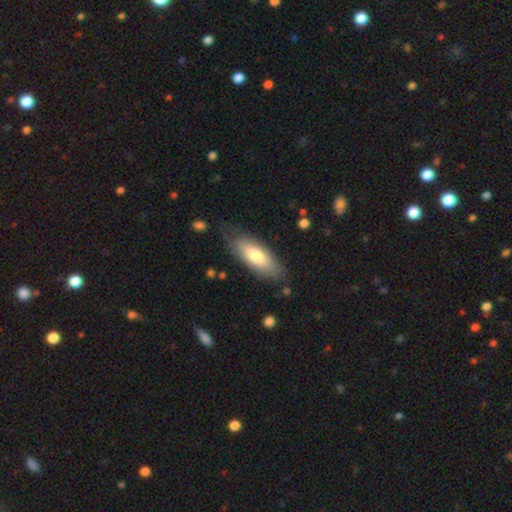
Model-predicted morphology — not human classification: This appears to be a smooth galaxy with no disk features (70%) that is in between round and cigar-shaped (73%). Merging: none (73%).